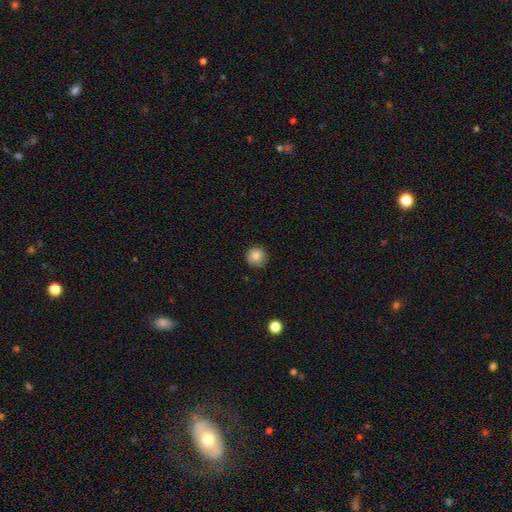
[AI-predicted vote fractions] smooth 86%, star or artifact 9%, featured or disk 5%. Down the decision tree: how rounded — round (94%); merging — none (85%).